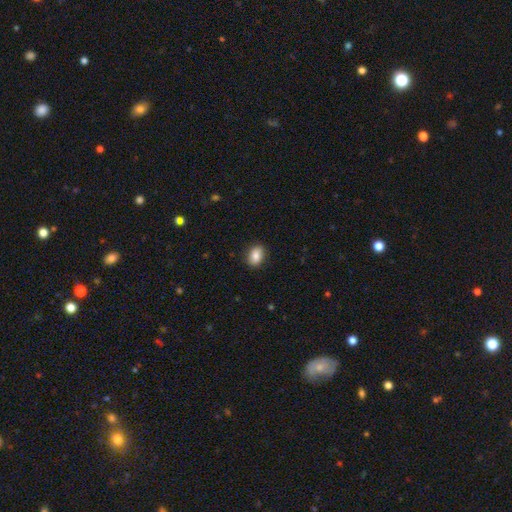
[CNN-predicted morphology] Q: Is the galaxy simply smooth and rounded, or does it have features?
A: smooth — 85%.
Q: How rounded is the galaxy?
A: in between — 77%.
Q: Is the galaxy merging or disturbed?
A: none — 88%.